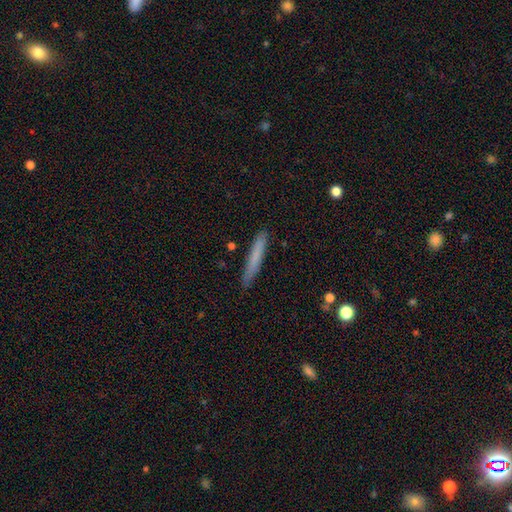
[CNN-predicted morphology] Smooth or featured? smooth (73%)
How rounded? cigar-shaped (95%)
Merging? none (87%)